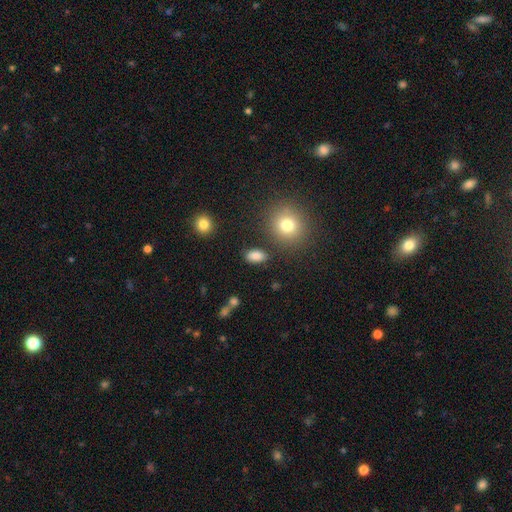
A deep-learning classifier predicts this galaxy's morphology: Q: Smooth or featured?
A: smooth (85%); runner-up: star or artifact (10%)
Q: How rounded?
A: in between (89%); runner-up: round (9%)
Q: Merging?
A: none (84%); runner-up: minor disturbance (10%)